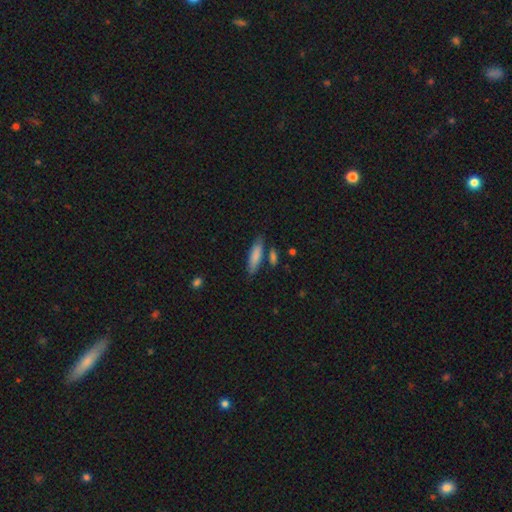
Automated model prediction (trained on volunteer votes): The model was most divided on "how rounded": cigar-shaped: 63%, in between: 35%, round: 2%. More confident: smooth or featured — smooth (83%); merging — none (76%).